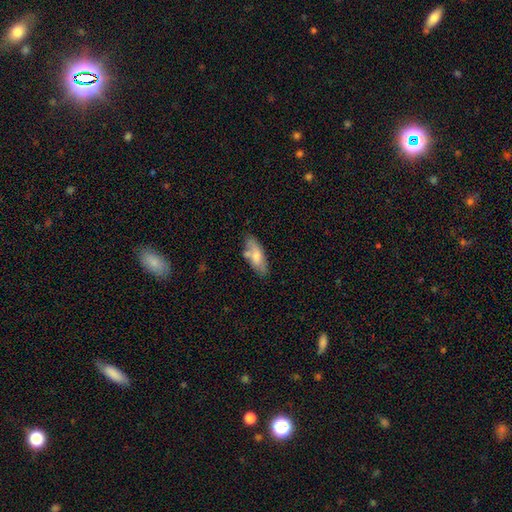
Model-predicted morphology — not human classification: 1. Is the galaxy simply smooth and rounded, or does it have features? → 65% smooth, 29% featured or disk, 6% star or artifact.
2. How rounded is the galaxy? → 71% in between, 26% cigar-shaped, 2% round.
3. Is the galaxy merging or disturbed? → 63% none, 20% minor disturbance, 12% merger, 5% major disturbance.